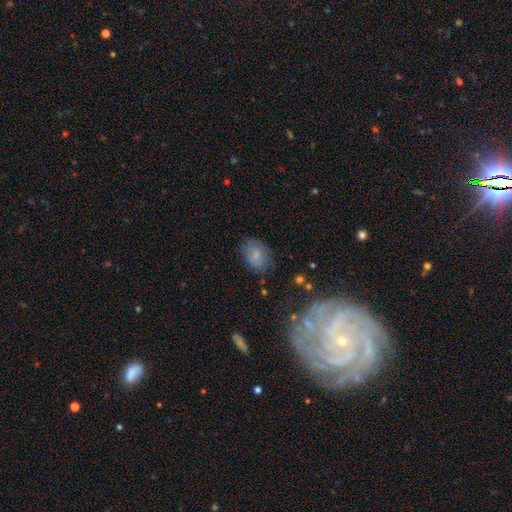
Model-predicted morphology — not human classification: Smooth or featured: smooth — 74% (featured or disk — 17%)
How rounded: in between — 78% (round — 21%)
Merging: none — 73% (minor disturbance — 19%)